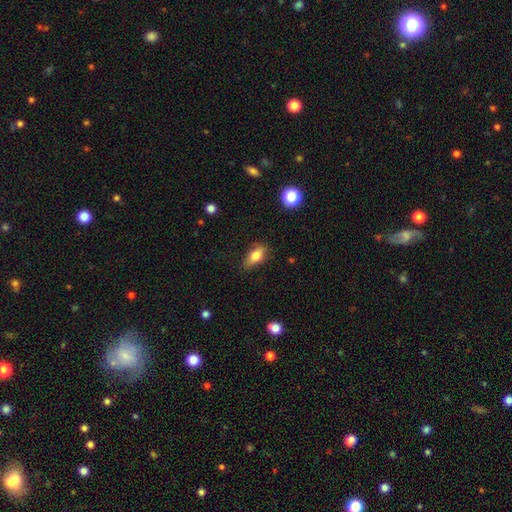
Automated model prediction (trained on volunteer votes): Smooth or featured?
  - smooth: 77% *
  - featured or disk: 15%
  - star or artifact: 8%
How rounded?
  - in between: 83% *
  - cigar-shaped: 11%
  - round: 7%
Merging?
  - none: 79% *
  - minor disturbance: 16%
  - major disturbance: 3%
  - merger: 1%